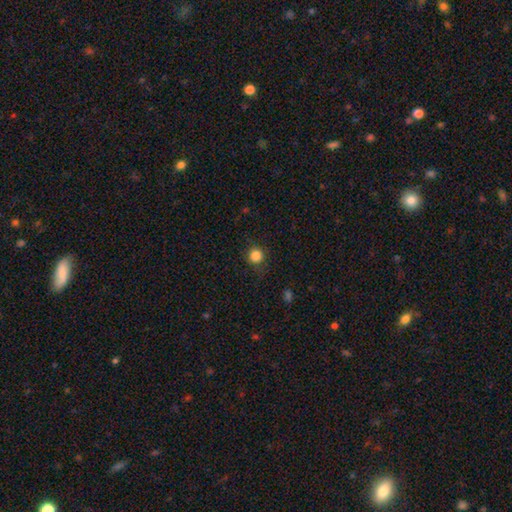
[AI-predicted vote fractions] smooth 84%, star or artifact 12%, featured or disk 4%. Down the decision tree: how rounded — round (92%); merging — none (85%).